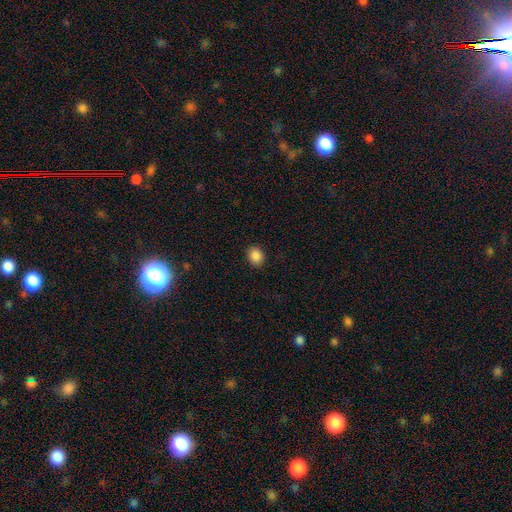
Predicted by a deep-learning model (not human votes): A smooth galaxy with no disk features (87%) that is round (61%).

Vote fractions:
- Smooth or featured? smooth: 87% / star or artifact: 9% / featured or disk: 3%
- How rounded? round: 61% / in between: 38% / cigar-shaped: 1%
- Merging? none: 90% / minor disturbance: 7% / major disturbance: 2% / merger: 1%